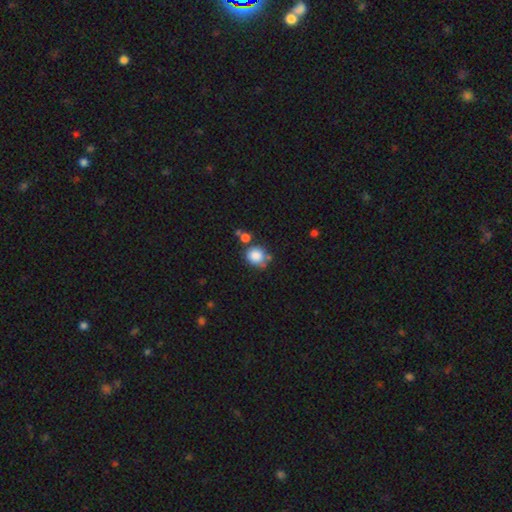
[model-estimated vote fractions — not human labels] A smooth galaxy with no disk features (85%) that is round (77%). Merging: none (58%).